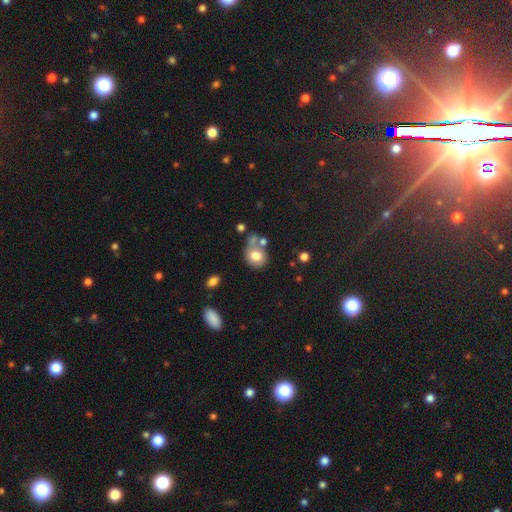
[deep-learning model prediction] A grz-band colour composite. It shows a smooth galaxy with no disk features (74%) that is round (61%). Merging: none (38%).